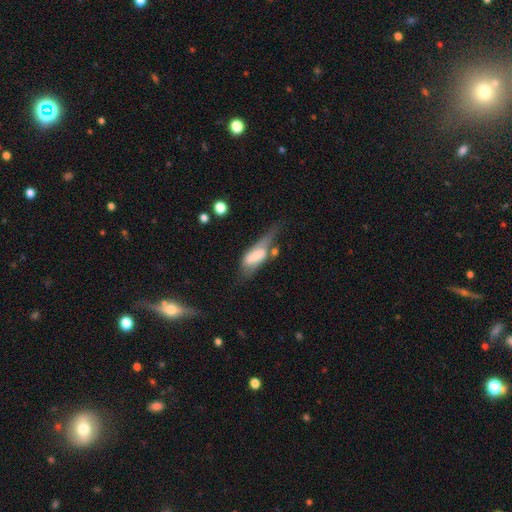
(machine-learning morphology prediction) Smooth or featured?
  - smooth: 56% *
  - featured or disk: 37%
  - star or artifact: 7%
How rounded?
  - in between: 76% *
  - cigar-shaped: 21%
  - round: 3%
Merging?
  - major disturbance: 36% *
  - minor disturbance: 26%
  - none: 22%
  - merger: 16%